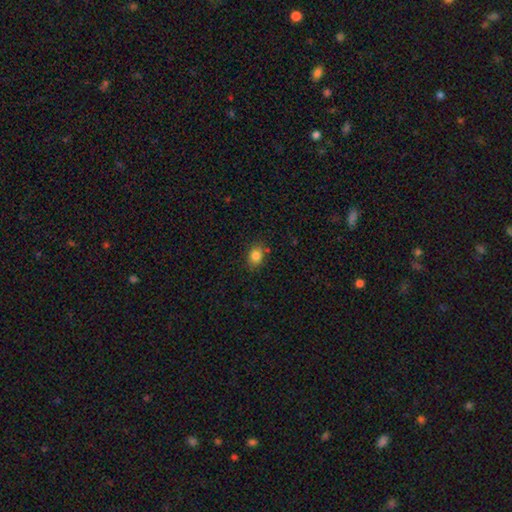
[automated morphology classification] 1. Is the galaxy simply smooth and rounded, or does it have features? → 83% smooth, 11% star or artifact, 6% featured or disk.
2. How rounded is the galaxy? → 55% in between, 44% round, 1% cigar-shaped.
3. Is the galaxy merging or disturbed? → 79% none, 14% minor disturbance, 4% merger, 3% major disturbance.